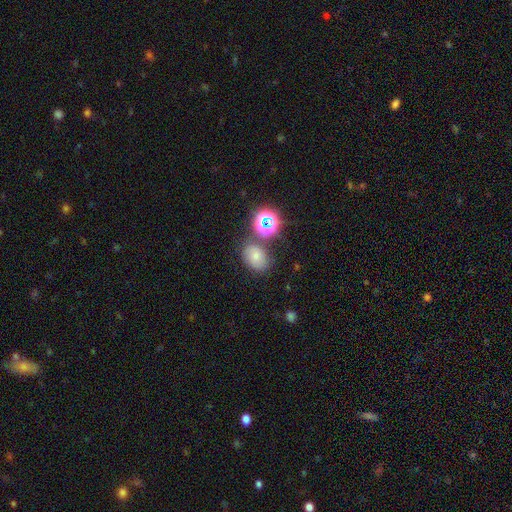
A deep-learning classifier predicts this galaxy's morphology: A smooth galaxy with no disk features (64%) that is in between round and cigar-shaped (65%). Merging: none (67%).